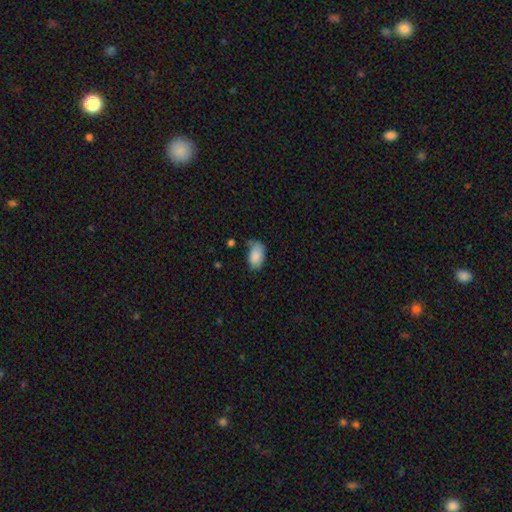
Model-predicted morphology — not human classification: Overall: smooth (88%). How rounded: in between (93%). Merging: none (61%; minor disturbance 27%).